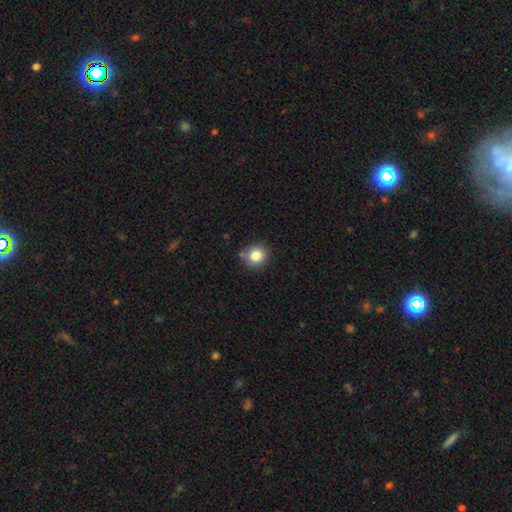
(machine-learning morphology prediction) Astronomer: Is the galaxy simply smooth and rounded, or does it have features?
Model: smooth — 83%.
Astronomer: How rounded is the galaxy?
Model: round — 89%.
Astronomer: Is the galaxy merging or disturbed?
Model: none — 79%.